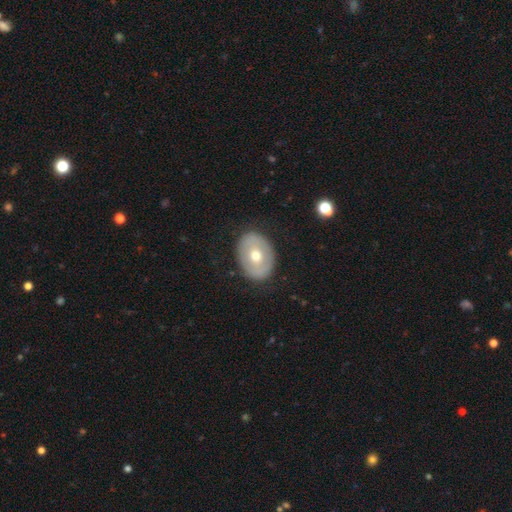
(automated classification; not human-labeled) The model was most divided on "smooth or featured": smooth: 52%, featured or disk: 41%, star or artifact: 7%. More confident: merging — none (85%); how rounded — in between (67%).